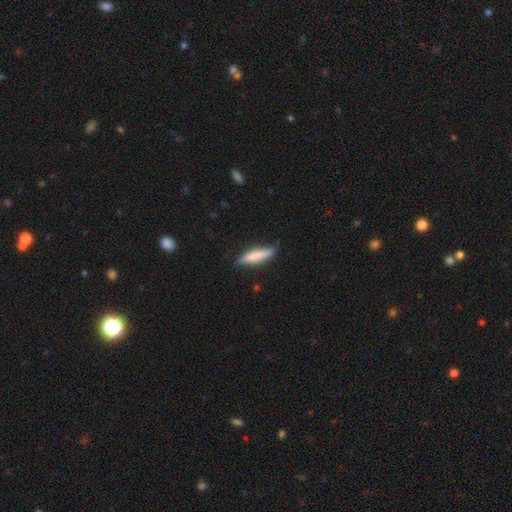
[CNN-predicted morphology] The model was most divided on "smooth or featured": smooth: 69%, featured or disk: 25%, star or artifact: 6%. More confident: how rounded — cigar-shaped (80%); merging — none (78%).